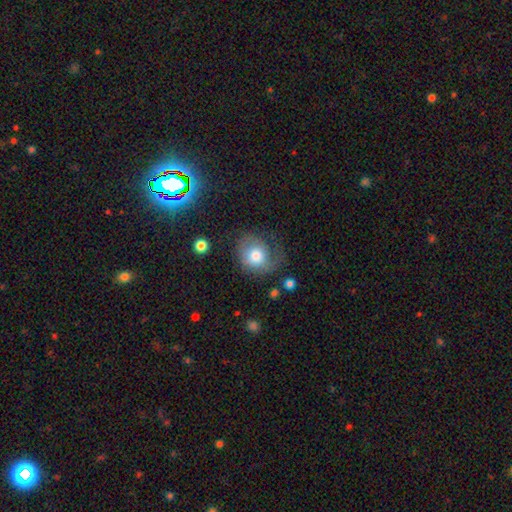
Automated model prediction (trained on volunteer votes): smooth 61%, featured or disk 31%, star or artifact 8%. Down the decision tree: how rounded — round (70%); merging — none (41%).